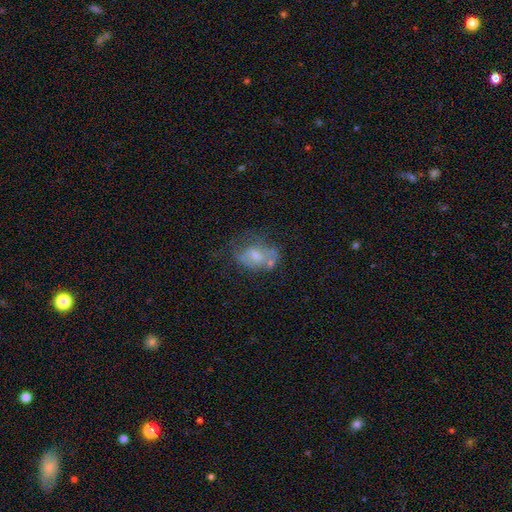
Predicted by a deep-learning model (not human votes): This appears to be a featured or disk galaxy (45%). Merging: none (36%).